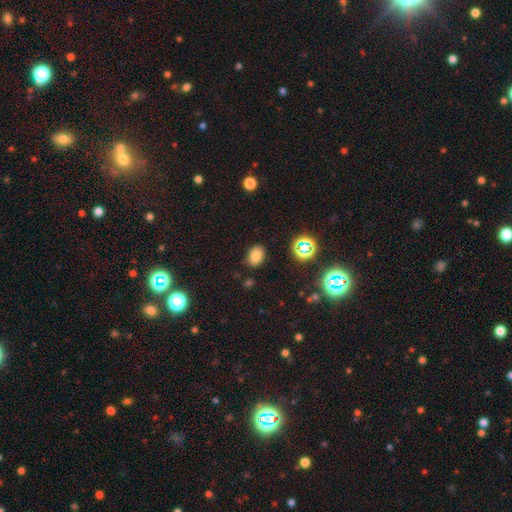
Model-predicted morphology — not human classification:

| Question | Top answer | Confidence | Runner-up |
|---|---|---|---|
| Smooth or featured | smooth | 75% | star or artifact (18%) |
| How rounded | in between | 75% | round (24%) |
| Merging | none | 84% | minor disturbance (11%) |